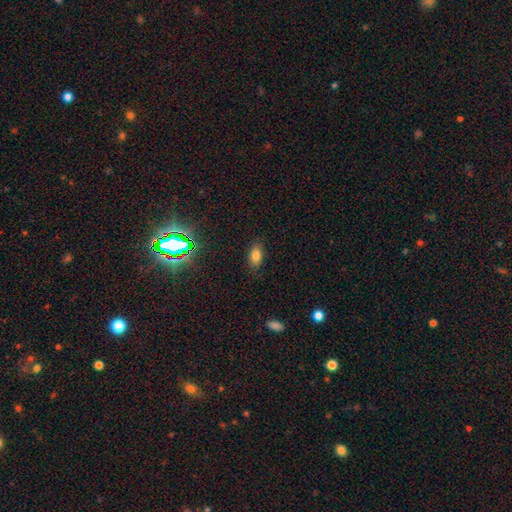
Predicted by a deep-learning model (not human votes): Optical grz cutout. It shows a smooth galaxy with no disk features (79%) that is in between round and cigar-shaped (88%). Merging: none (84%).